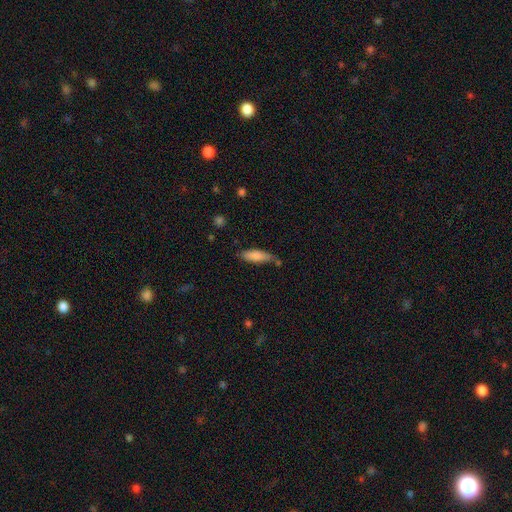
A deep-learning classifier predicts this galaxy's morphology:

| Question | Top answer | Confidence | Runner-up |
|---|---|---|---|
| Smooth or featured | smooth | 80% | featured or disk (14%) |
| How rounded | cigar-shaped | 52% | in between (46%) |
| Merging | none | 60% | minor disturbance (27%) |